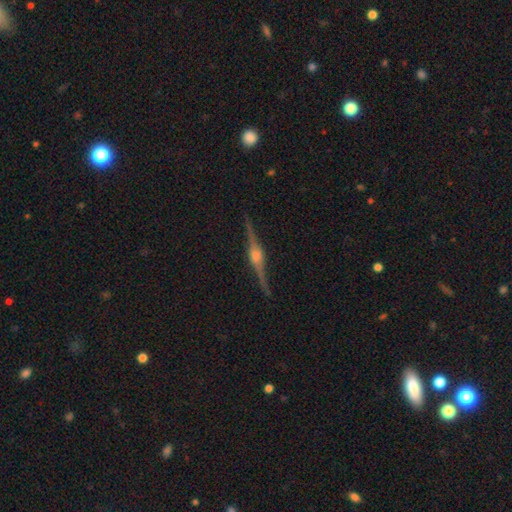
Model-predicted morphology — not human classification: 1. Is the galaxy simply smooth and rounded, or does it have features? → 89% featured or disk, 5% star or artifact, 5% smooth.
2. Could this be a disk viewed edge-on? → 98% yes, 2% no.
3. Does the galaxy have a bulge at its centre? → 90% rounded, 8% boxy, 2% none.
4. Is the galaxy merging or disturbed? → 92% none, 6% minor disturbance, 1% major disturbance, 1% merger.